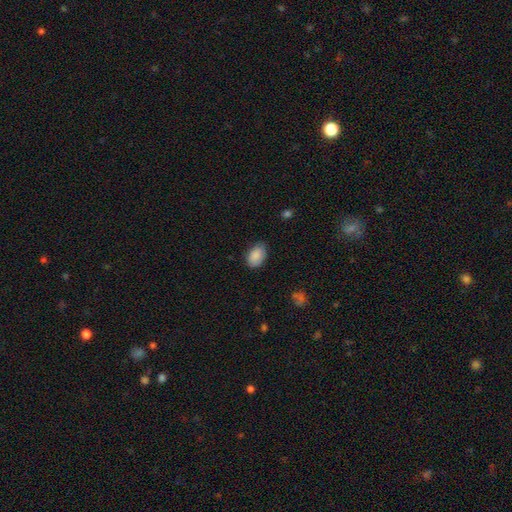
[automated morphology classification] smooth_or_featured: smooth (p=0.88) [alt: star or artifact p=0.07]
how_rounded: in between (p=0.89) [alt: round p=0.10]
merging: none (p=0.75) [alt: minor disturbance p=0.21]